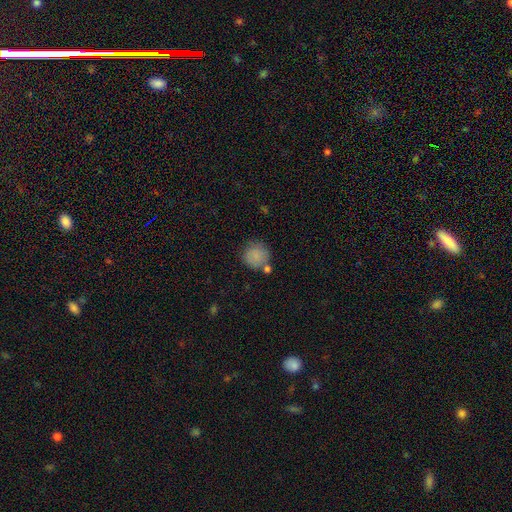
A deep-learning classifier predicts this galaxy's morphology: This appears to be a smooth galaxy with no disk features (84%) that is round (91%). Merging: none (68%).